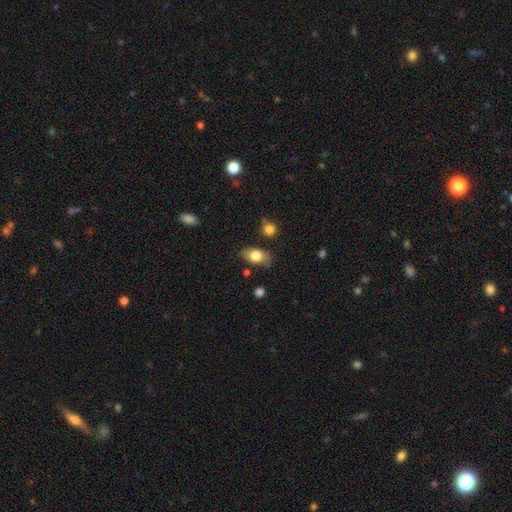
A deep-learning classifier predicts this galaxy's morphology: The model was most divided on "smooth or featured": smooth: 76%, featured or disk: 17%, star or artifact: 7%. More confident: how rounded — in between (86%); merging — none (76%).